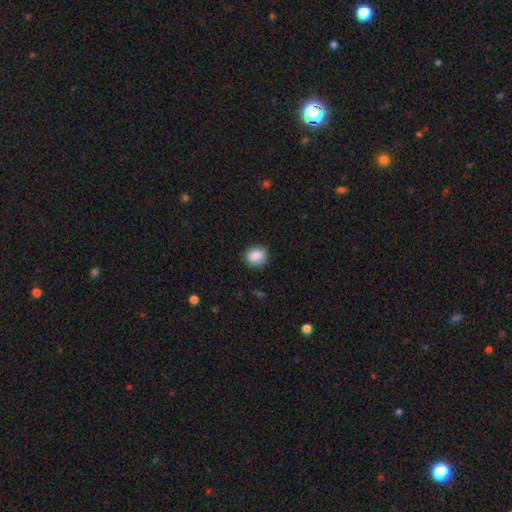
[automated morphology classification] Smooth or featured?
  - smooth: 88% *
  - star or artifact: 8%
  - featured or disk: 4%
How rounded?
  - round: 63% *
  - in between: 36%
  - cigar-shaped: 1%
Merging?
  - none: 86% *
  - minor disturbance: 11%
  - major disturbance: 3%
  - merger: 1%